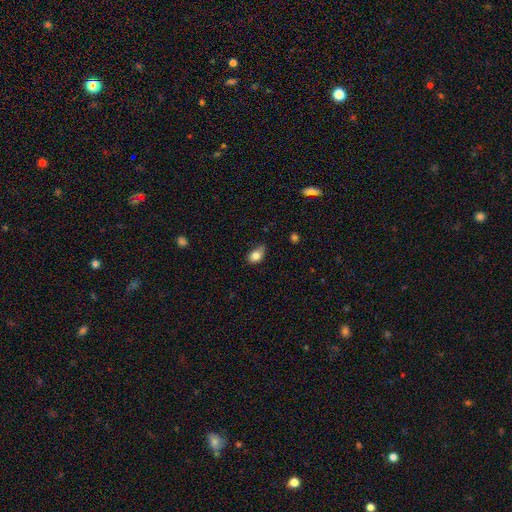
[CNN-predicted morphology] smooth 81%, featured or disk 10%, star or artifact 9%. Down the decision tree: how rounded — in between (79%); merging — none (55%).